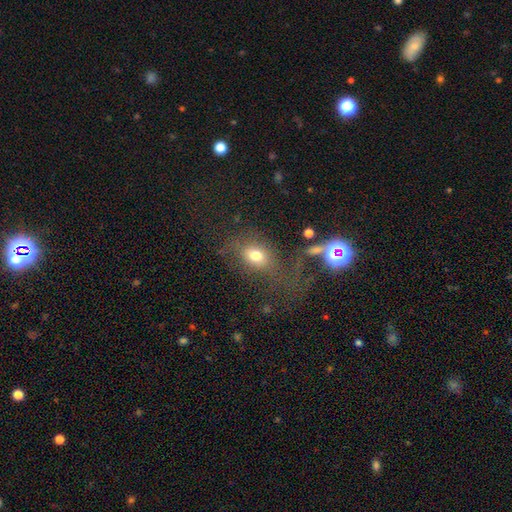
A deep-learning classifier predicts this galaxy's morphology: The model was most divided on "merging": none: 49%, major disturbance: 26%, minor disturbance: 16%, merger: 9%. More confident: smooth or featured — smooth (71%); how rounded — in between (62%).